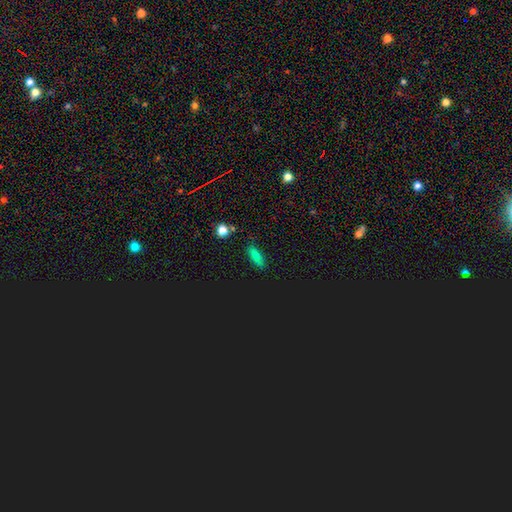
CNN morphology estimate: Overall: smooth (73%). How rounded: in between (57%; cigar-shaped 36%). Merging: none (81%).